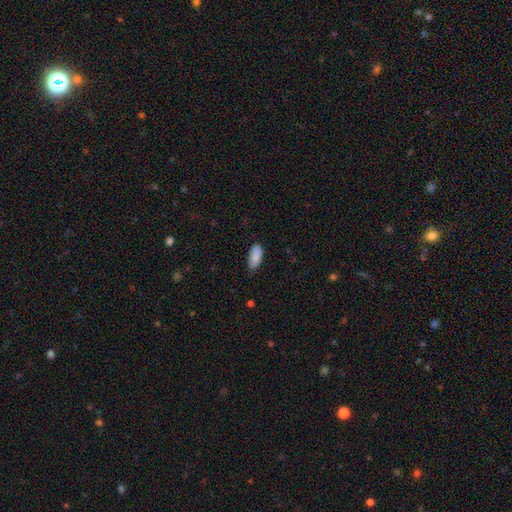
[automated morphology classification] This appears to be a smooth galaxy with no disk features (88%) that is in between round and cigar-shaped (89%). Merging: none (76%).